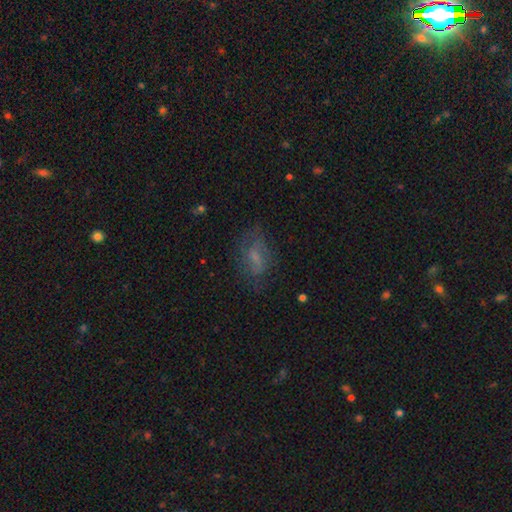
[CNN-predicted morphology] A smooth galaxy with no disk features (45%).

Vote fractions:
- Smooth or featured? smooth: 45% / featured or disk: 42% / star or artifact: 13%
- Merging? none: 58% / minor disturbance: 23% / major disturbance: 17% / merger: 2%